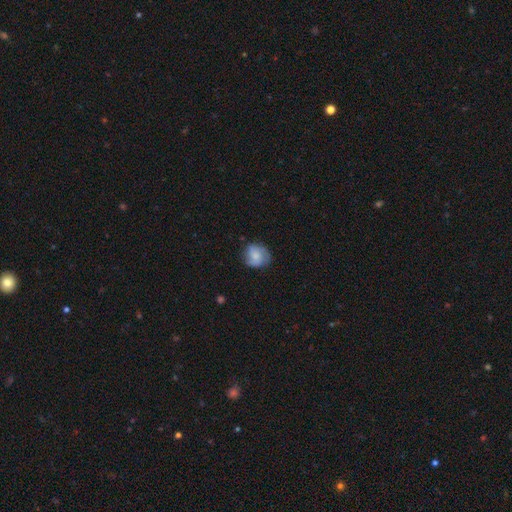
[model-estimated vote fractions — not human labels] smooth 48%, featured or disk 44%, star or artifact 8%. Down the decision tree: merging — none (72%).